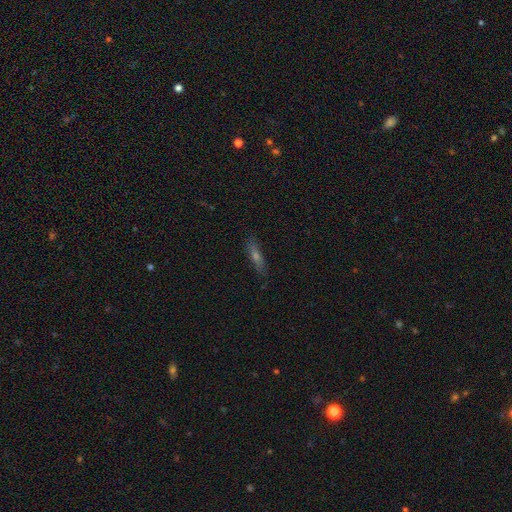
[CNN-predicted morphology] Overall: featured or disk (45%; smooth 42%). Merging: none (87%).